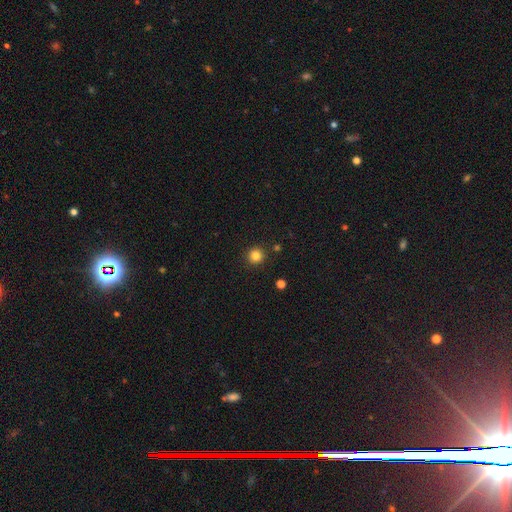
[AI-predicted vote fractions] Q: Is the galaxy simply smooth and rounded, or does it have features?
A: smooth — 83%.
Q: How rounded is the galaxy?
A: round — 95%.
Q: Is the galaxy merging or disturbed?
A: none — 91%.